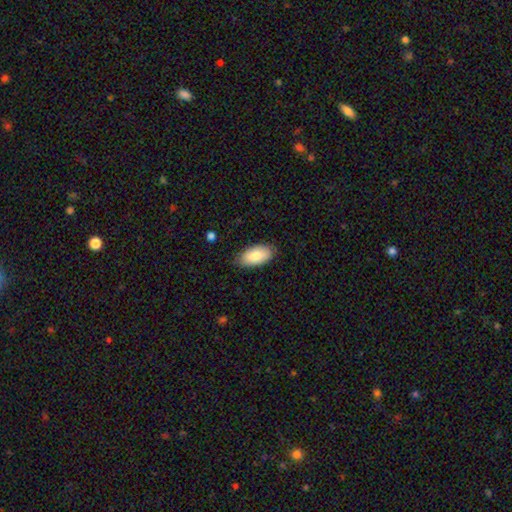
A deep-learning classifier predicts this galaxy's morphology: Smooth or featured? Predicted: smooth (p=0.81). How rounded? Predicted: in between (p=0.94). Merging? Predicted: none (p=0.82).